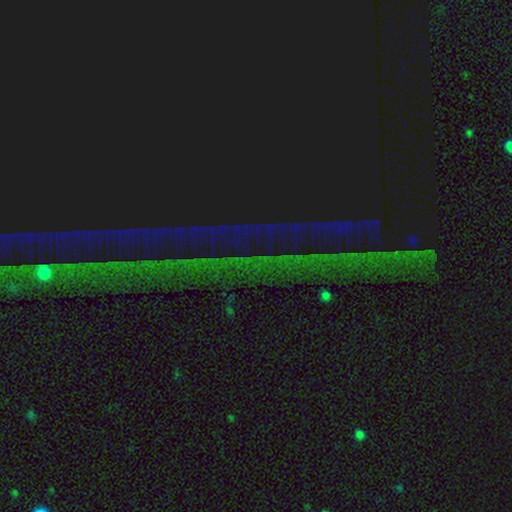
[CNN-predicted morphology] A star or artifact, not a galaxy (87%).